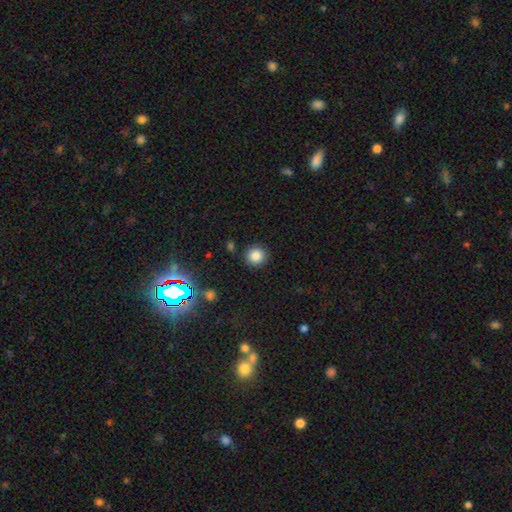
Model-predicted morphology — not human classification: smooth-or-featured: smooth: 84% | star or artifact: 12% | featured or disk: 5%
  how-rounded: round: 94% | in between: 5% | cigar-shaped: 1%
  merging: none: 89% | minor disturbance: 7% | major disturbance: 2% | merger: 2%